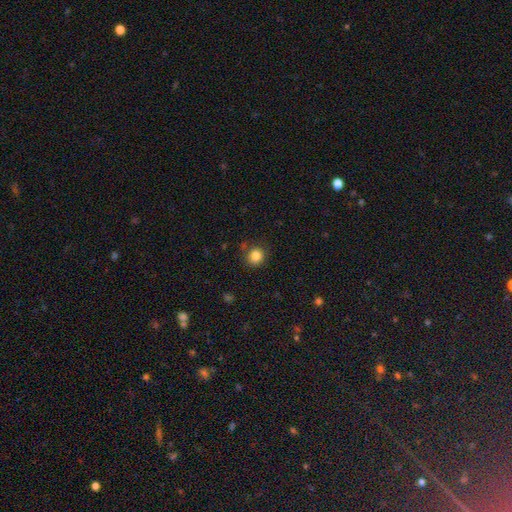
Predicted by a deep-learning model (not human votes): Smooth or featured? smooth (84%)
How rounded? round (88%)
Merging? none (85%)